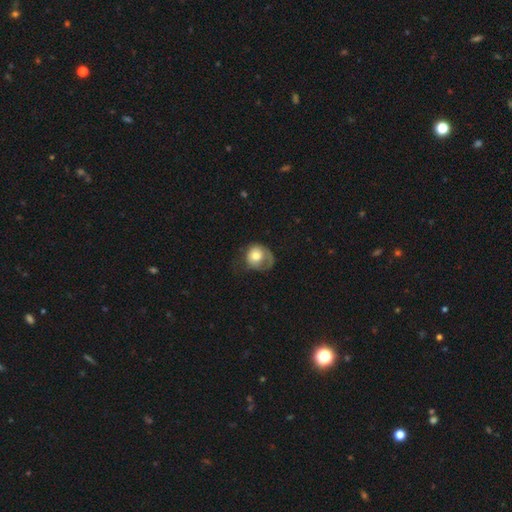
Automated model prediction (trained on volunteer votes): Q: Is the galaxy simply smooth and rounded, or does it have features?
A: smooth — 64%.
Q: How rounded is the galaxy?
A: round — 68%.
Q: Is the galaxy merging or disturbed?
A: major disturbance — 41%.